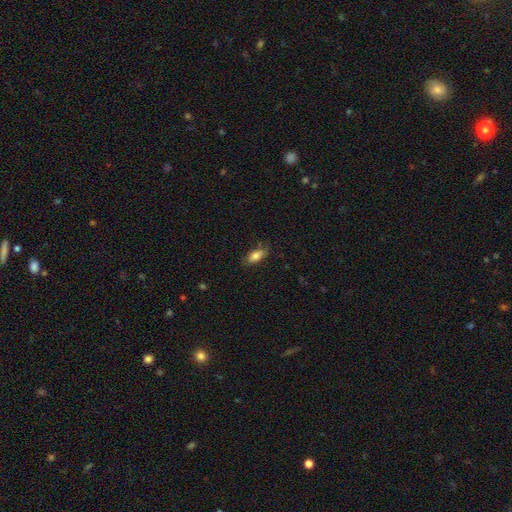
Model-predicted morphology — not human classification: Smooth or featured? smooth (80%)
How rounded? in between (83%)
Merging? none (78%)